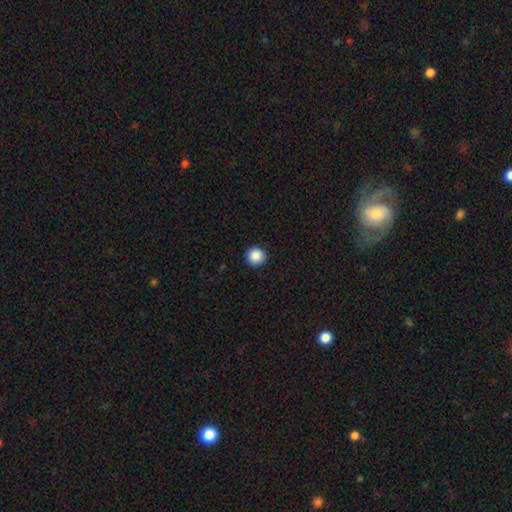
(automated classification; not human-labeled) Overall: smooth (88%). How rounded: round (96%). Merging: none (93%).